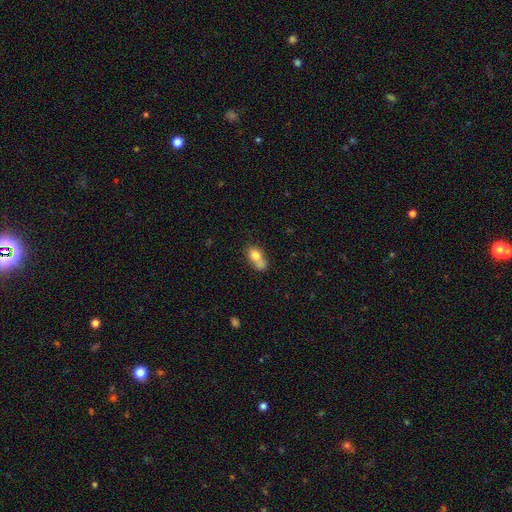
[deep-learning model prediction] Q: Smooth or featured?
A: smooth (73%); runner-up: featured or disk (17%)
Q: How rounded?
A: in between (66%); runner-up: round (31%)
Q: Merging?
A: merger (53%); runner-up: none (25%)